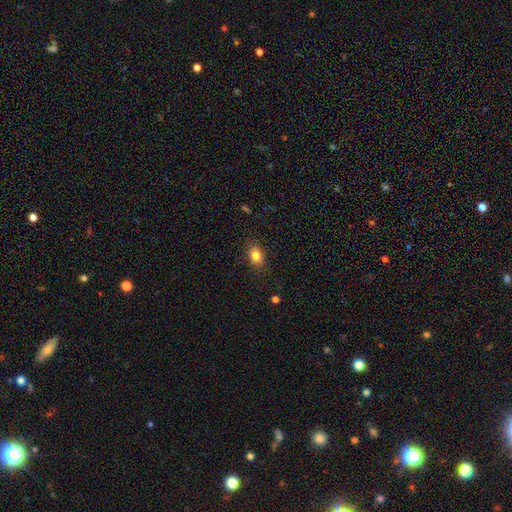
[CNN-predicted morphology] Smooth or featured? smooth (83%)
How rounded? in between (74%)
Merging? none (86%)